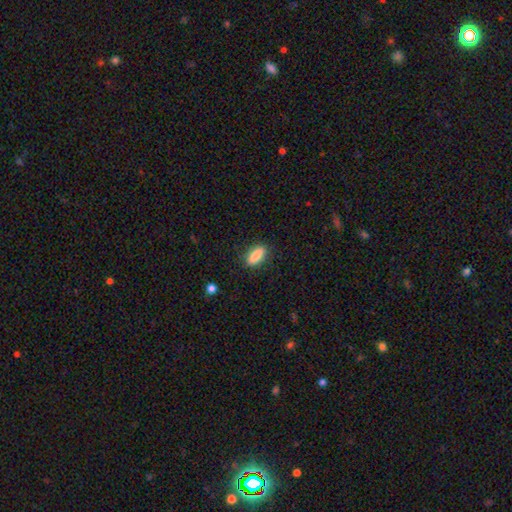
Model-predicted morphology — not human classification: smooth-or-featured: smooth: 83% | featured or disk: 10% | star or artifact: 7%
  how-rounded: in between: 63% | cigar-shaped: 34% | round: 3%
  merging: none: 85% | minor disturbance: 10% | major disturbance: 3% | merger: 1%